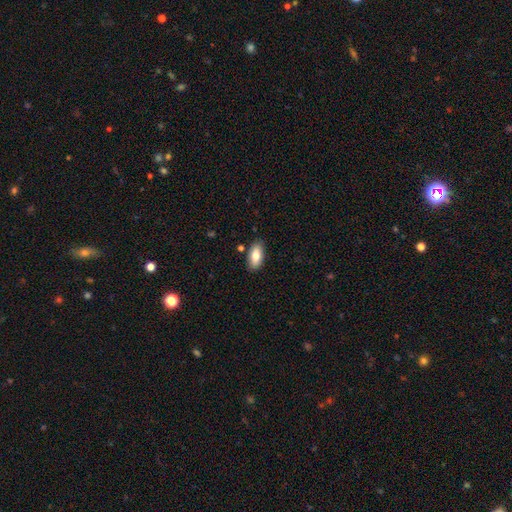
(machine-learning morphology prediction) Overall: smooth (78%). How rounded: in between (88%). Merging: none (86%).